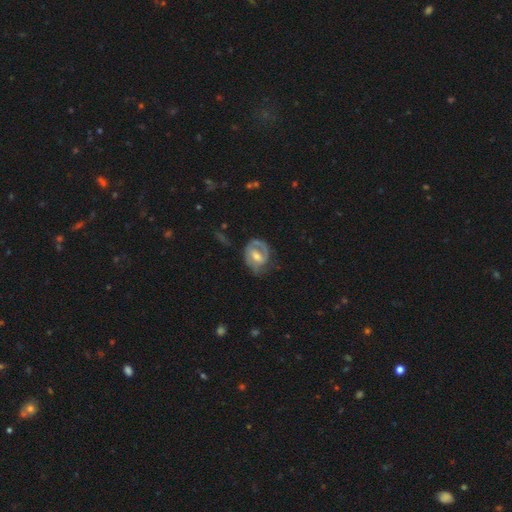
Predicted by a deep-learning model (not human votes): smooth_or_featured: featured or disk (p=0.72) [alt: smooth p=0.22]
disk_edge_on: no (p=0.97) [alt: yes p=0.03]
bar: weak (p=0.50) [alt: no p=0.29]
has_spiral_arms: yes (p=0.82) [alt: no p=0.18]
spiral_winding: tight (p=0.44) [alt: medium p=0.40]
spiral_arm_count: 2 (p=0.55) [alt: 1 p=0.23]
bulge_size: moderate (p=0.59) [alt: small p=0.27]
merging: none (p=0.57) [alt: minor disturbance p=0.25]